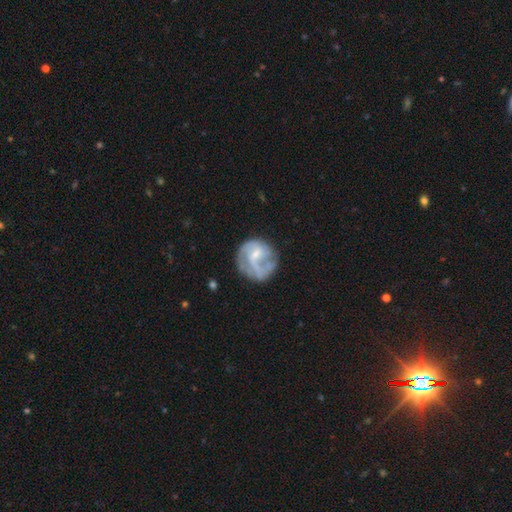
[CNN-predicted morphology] Smooth or featured? Predicted: featured or disk (p=0.67). Edge-on disk? Predicted: no (p=0.98). Bar? Predicted: weak (p=0.47). Spiral arms? Predicted: yes (p=0.75). Bulge size? Predicted: small (p=0.52). Merging? Predicted: none (p=0.55).